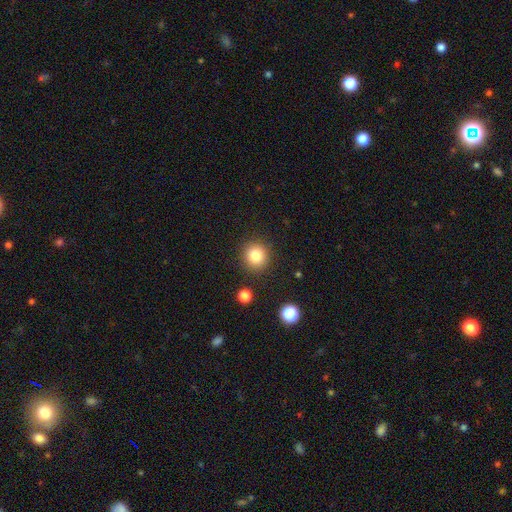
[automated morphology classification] Overall: smooth (83%). How rounded: round (92%). Merging: none (88%).